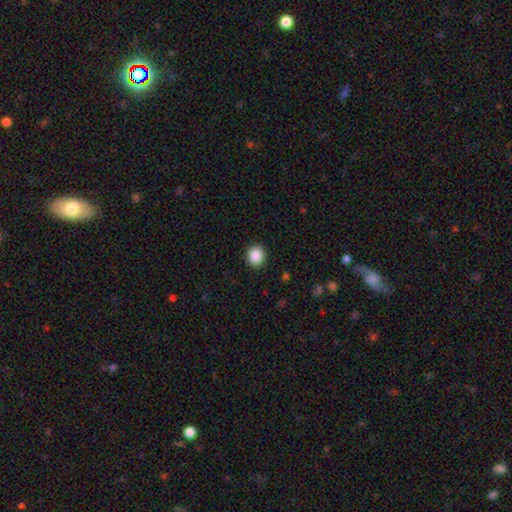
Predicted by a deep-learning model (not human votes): Q: Smooth or featured?
A: smooth (88%); runner-up: star or artifact (9%)
Q: How rounded?
A: round (78%); runner-up: in between (21%)
Q: Merging?
A: none (90%); runner-up: minor disturbance (7%)